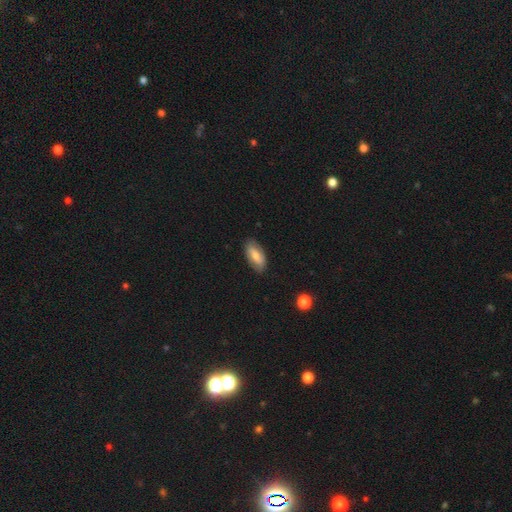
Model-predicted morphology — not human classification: smooth 66%, featured or disk 27%, star or artifact 6%. Down the decision tree: how rounded — in between (90%); merging — none (81%).